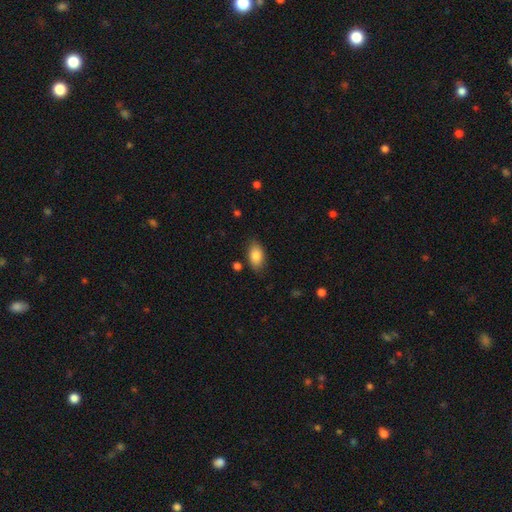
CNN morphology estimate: type=smooth (85%); roundness=in between (92%); merging=none (81%).